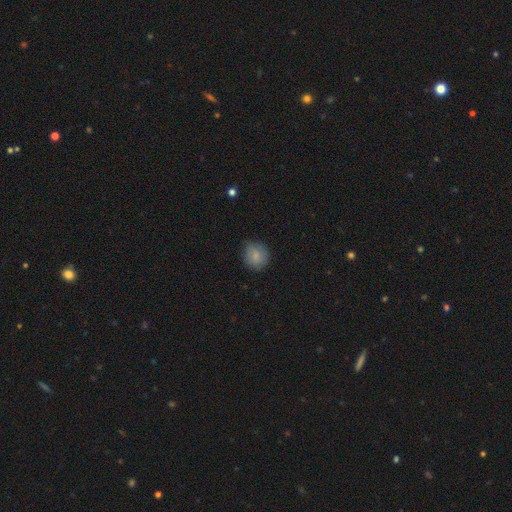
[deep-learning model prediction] smooth_or_featured: smooth (p=0.84) [alt: featured or disk p=0.09]
how_rounded: round (p=0.80) [alt: in between p=0.19]
merging: none (p=0.82) [alt: minor disturbance p=0.14]